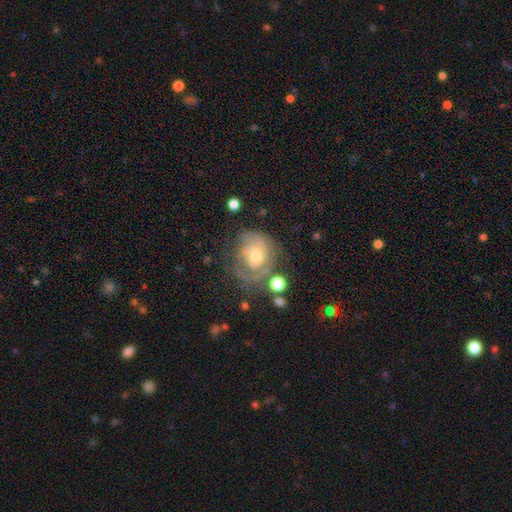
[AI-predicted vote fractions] smooth_or_featured: featured or disk (p=0.64) [alt: smooth p=0.27]
disk_edge_on: no (p=0.97) [alt: yes p=0.03]
bar: no (p=0.75) [alt: weak p=0.20]
has_spiral_arms: yes (p=0.73) [alt: no p=0.27]
bulge_size: moderate (p=0.55) [alt: small p=0.37]
merging: none (p=0.53) [alt: minor disturbance p=0.23]